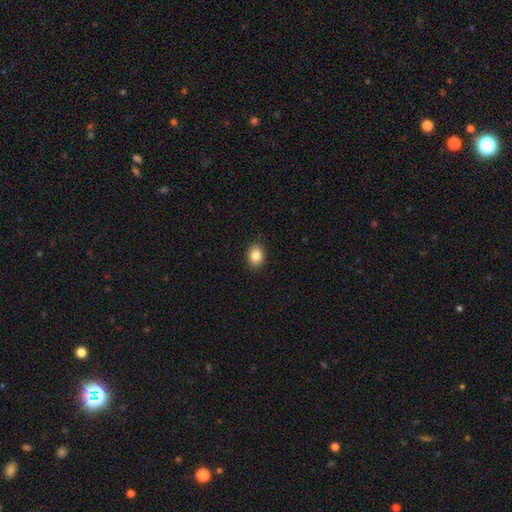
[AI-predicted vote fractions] Morphology: type=smooth (84%); roundness=in between (53%); merging=none (90%).